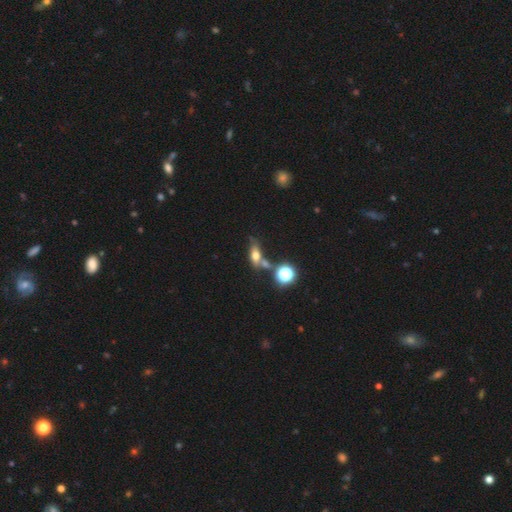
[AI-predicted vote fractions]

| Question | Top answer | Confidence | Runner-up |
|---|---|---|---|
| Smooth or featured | smooth | 55% | featured or disk (27%) |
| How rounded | in between | 64% | cigar-shaped (18%) |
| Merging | none | 43% | merger (27%) |